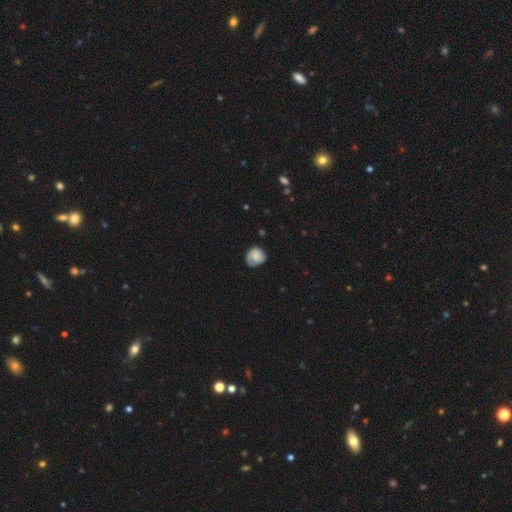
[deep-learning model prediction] Smooth or featured?
  - smooth: 68% *
  - featured or disk: 25%
  - star or artifact: 7%
How rounded?
  - round: 81% *
  - in between: 18%
  - cigar-shaped: 1%
Merging?
  - none: 66% *
  - minor disturbance: 26%
  - major disturbance: 6%
  - merger: 1%